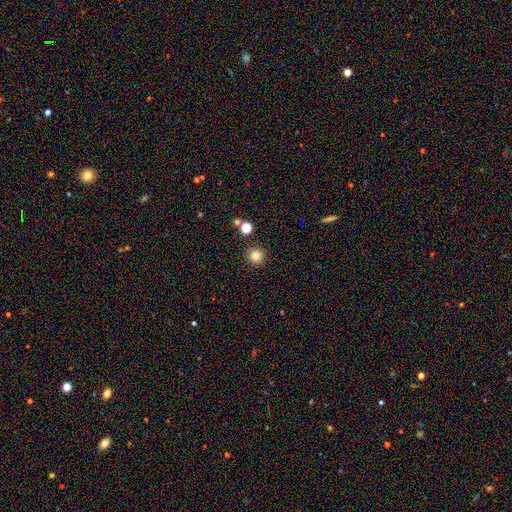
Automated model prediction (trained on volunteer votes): This appears to be a smooth galaxy with no disk features (82%) that is round (94%). Merging: none (89%).